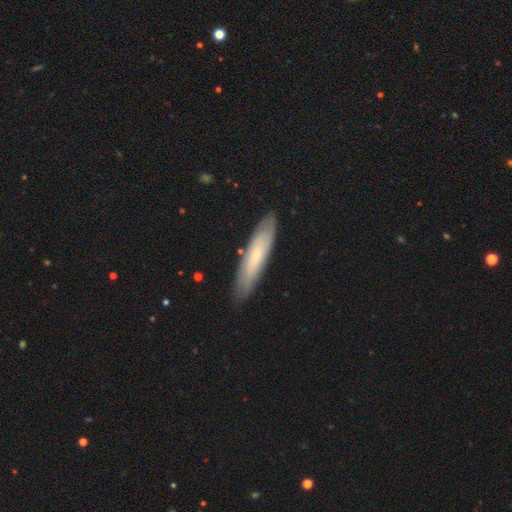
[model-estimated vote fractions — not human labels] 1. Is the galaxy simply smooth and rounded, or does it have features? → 48% smooth, 45% featured or disk, 7% star or artifact.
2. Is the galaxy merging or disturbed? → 85% none, 11% minor disturbance, 2% major disturbance, 1% merger.